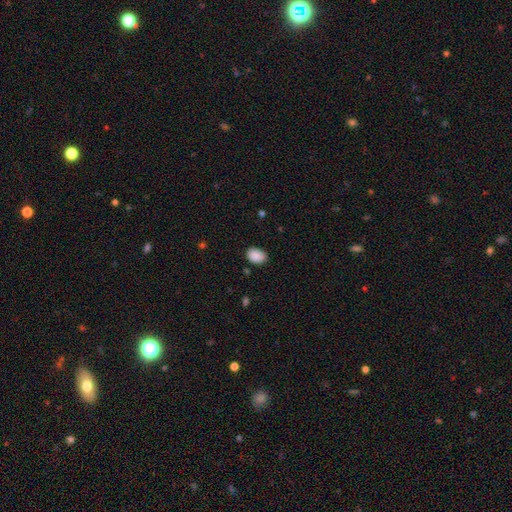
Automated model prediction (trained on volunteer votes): smooth-or-featured: smooth: 89% | star or artifact: 7% | featured or disk: 3%
  how-rounded: in between: 77% | round: 22% | cigar-shaped: 1%
  merging: none: 83% | minor disturbance: 13% | major disturbance: 3% | merger: 1%